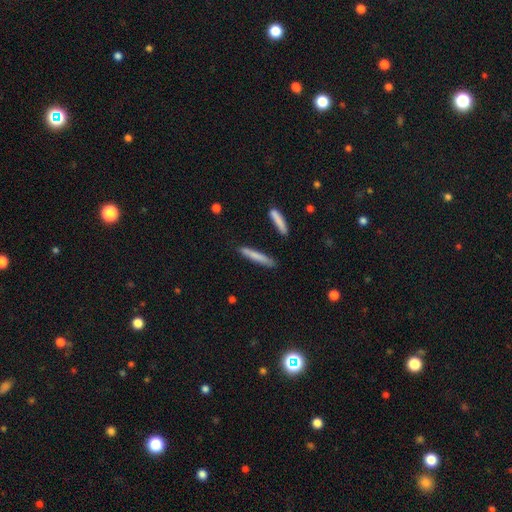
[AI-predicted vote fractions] Smooth or featured: smooth — 72% (featured or disk — 22%)
How rounded: cigar-shaped — 94% (in between — 5%)
Merging: none — 82% (minor disturbance — 12%)